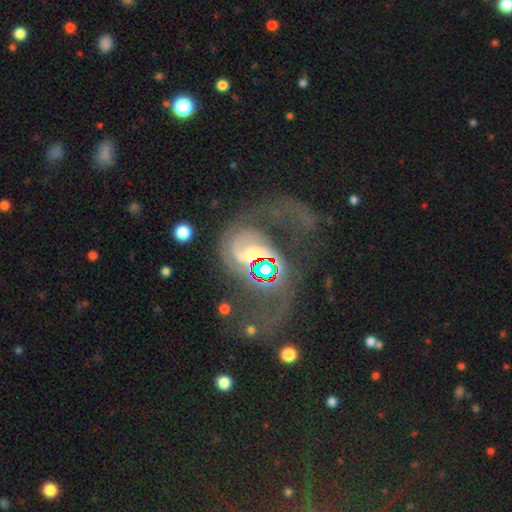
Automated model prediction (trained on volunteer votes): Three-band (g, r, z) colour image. It shows a featured or disk galaxy (65%) with no bar (45%), 2 (42%) medium (42%) spiral arms (82%) and a moderate central bulge (53%). Merging: major disturbance (41%).